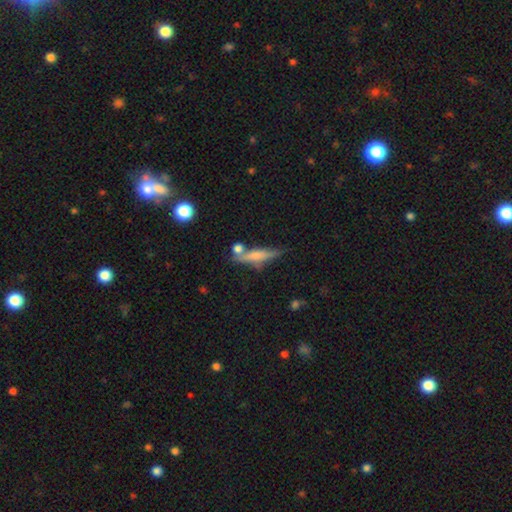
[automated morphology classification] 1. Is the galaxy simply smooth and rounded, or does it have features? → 55% smooth, 37% featured or disk, 8% star or artifact.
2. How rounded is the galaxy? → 80% cigar-shaped, 16% in between, 4% round.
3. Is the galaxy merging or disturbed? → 60% none, 17% minor disturbance, 16% merger, 6% major disturbance.